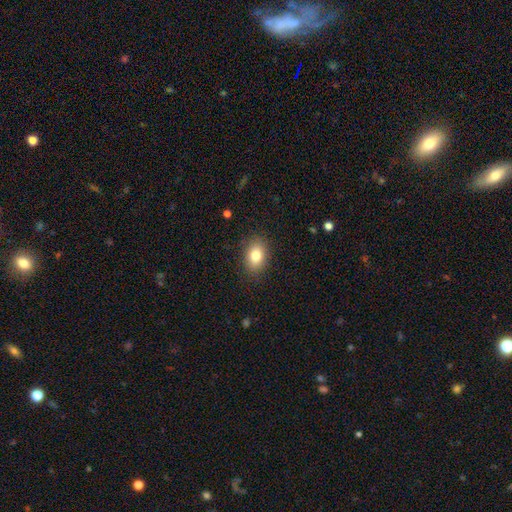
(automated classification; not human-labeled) Smooth or featured? Predicted: smooth (p=0.83). How rounded? Predicted: in between (p=0.79). Merging? Predicted: none (p=0.87).